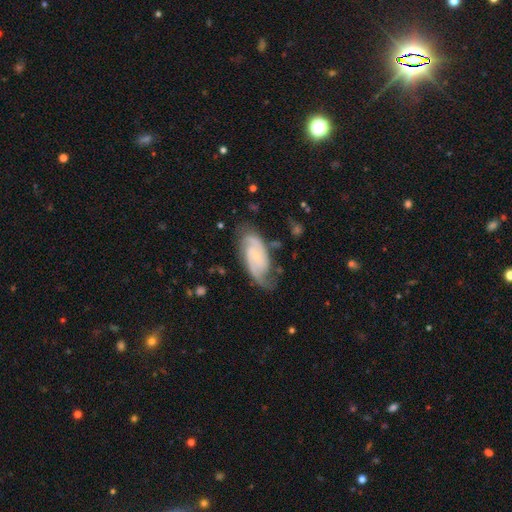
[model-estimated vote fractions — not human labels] featured or disk 84%, smooth 10%, star or artifact 5%. Down the decision tree: edge-on disk — no (96%); bar — no (67%); spiral arms — yes (97%); spiral arm count — 2 (79%); spiral winding — tight (49%); bulge size — small (73%); merging — none (69%).